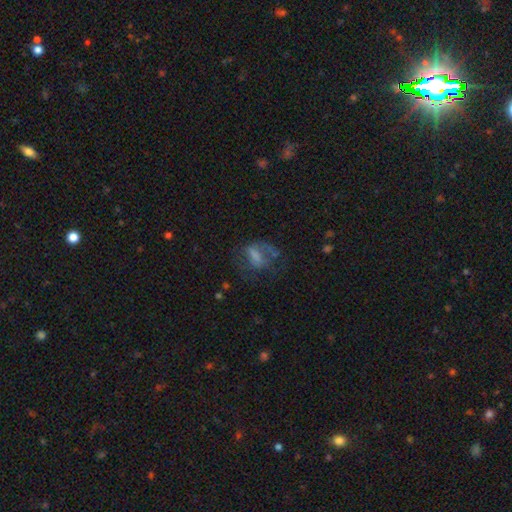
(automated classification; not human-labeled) smooth_or_featured: smooth (p=0.44) [alt: featured or disk p=0.41]
merging: none (p=0.39) [alt: major disturbance p=0.36]